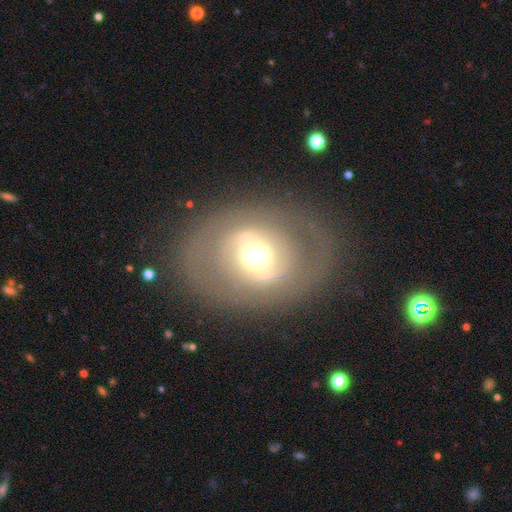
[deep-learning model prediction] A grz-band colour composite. It shows a featured or disk galaxy (56%) with no bar (53%), no spiral arms (78%) and a moderate central bulge (55%). Merging: none (77%).